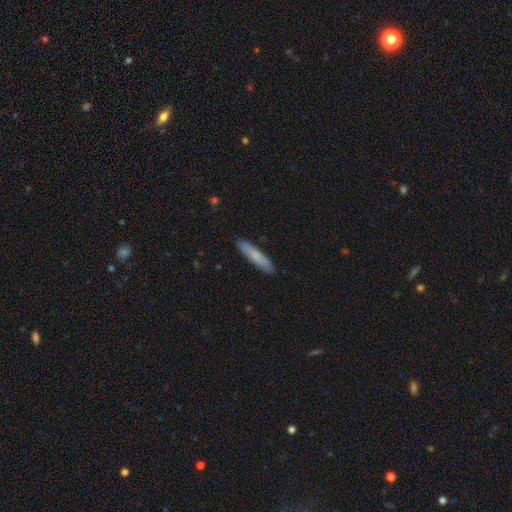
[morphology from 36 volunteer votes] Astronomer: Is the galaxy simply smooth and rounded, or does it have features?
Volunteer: smooth — 78%.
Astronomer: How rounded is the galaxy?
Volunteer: cigar-shaped — 96%.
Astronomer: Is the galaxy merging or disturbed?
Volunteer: none — 94%.